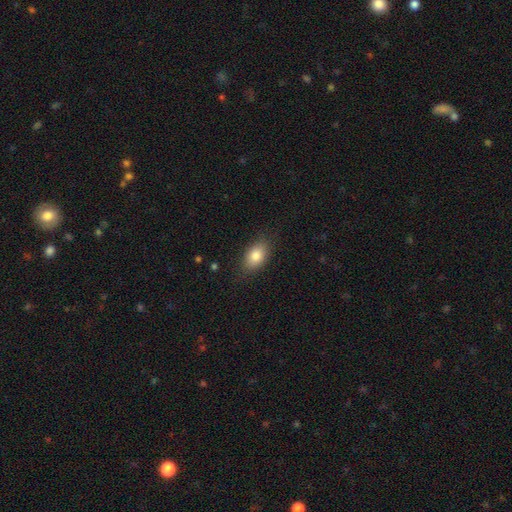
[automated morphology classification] Overall: smooth (82%). How rounded: in between (87%). Merging: none (83%).